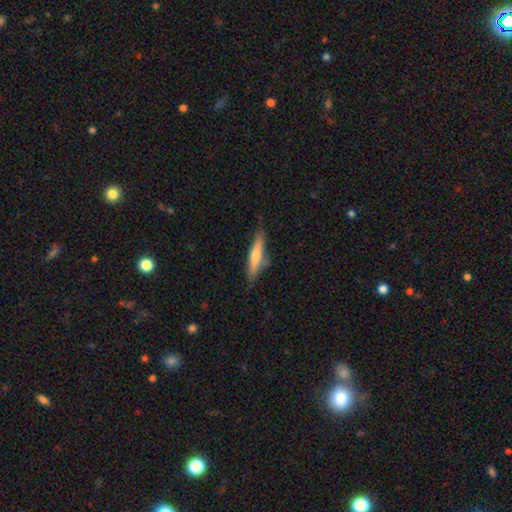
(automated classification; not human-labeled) Q: Smooth or featured?
A: smooth (52%); runner-up: featured or disk (42%)
Q: How rounded?
A: cigar-shaped (88%); runner-up: in between (10%)
Q: Merging?
A: none (82%); runner-up: minor disturbance (13%)